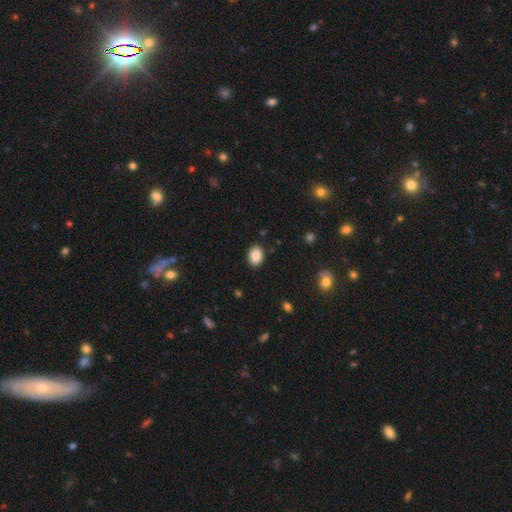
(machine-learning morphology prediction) smooth 89%, star or artifact 8%, featured or disk 4%. Down the decision tree: how rounded — in between (73%); merging — none (89%).